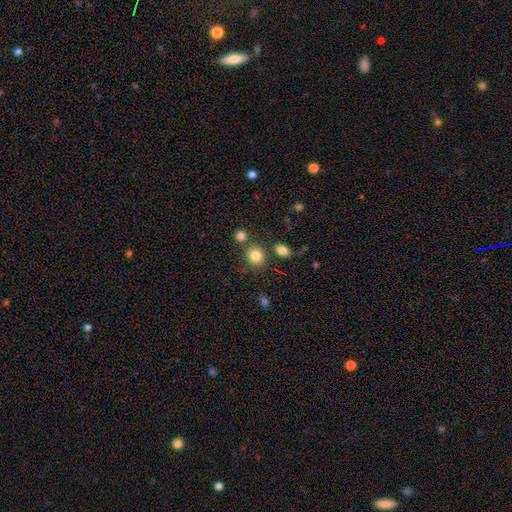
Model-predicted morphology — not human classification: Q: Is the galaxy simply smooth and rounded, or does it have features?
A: smooth — 83%.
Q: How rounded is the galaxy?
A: round — 67%.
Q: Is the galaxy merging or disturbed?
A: none — 74%.